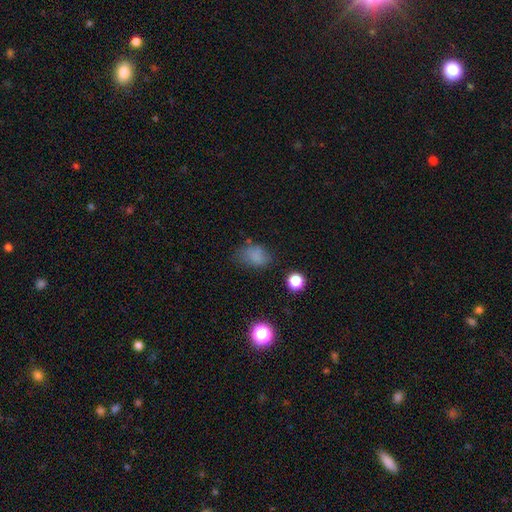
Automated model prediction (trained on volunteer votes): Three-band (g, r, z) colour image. It shows a smooth galaxy with no disk features (75%) that is in between round and cigar-shaped (72%). Merging: none (58%).